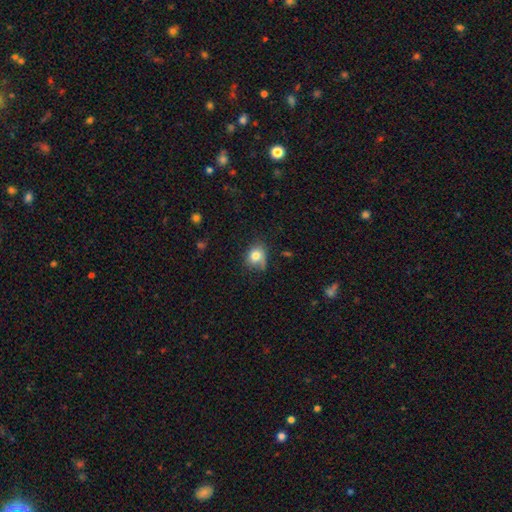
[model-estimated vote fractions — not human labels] Morphology: type=smooth (78%); roundness=round (57%); merging=none (56%).